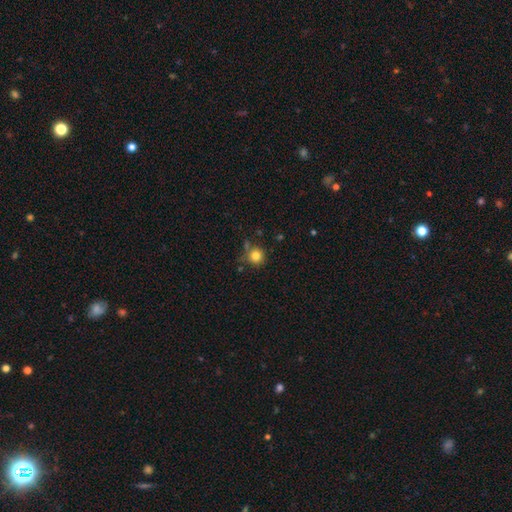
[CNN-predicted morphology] type=smooth (82%); roundness=round (93%); merging=none (74%).